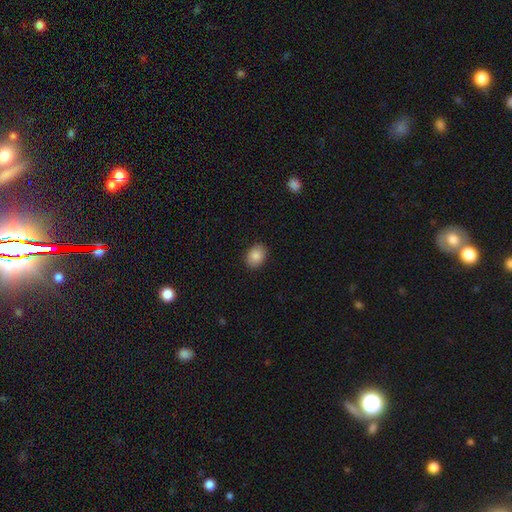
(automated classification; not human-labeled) smooth-or-featured: smooth: 86% | star or artifact: 8% | featured or disk: 6%
  how-rounded: in between: 63% | round: 36% | cigar-shaped: 1%
  merging: none: 89% | minor disturbance: 8% | major disturbance: 2% | merger: 1%